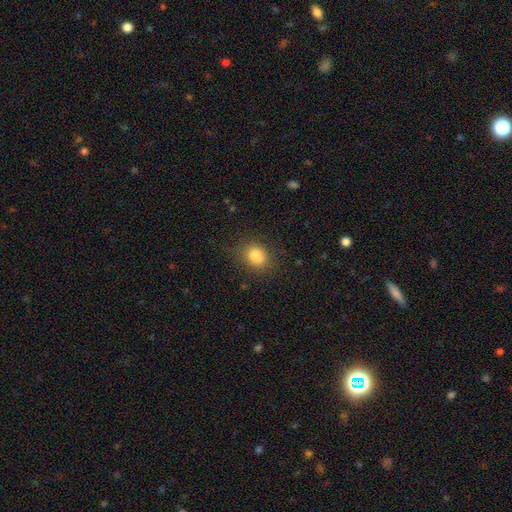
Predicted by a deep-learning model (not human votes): Smooth or featured? smooth (84%)
How rounded? round (52%)
Merging? none (82%)